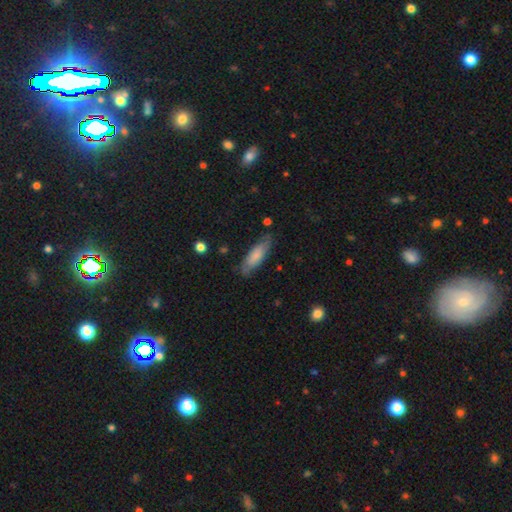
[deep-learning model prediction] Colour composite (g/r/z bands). It shows a smooth galaxy with no disk features (72%) that is in between round and cigar-shaped (53%). Merging: none (76%).